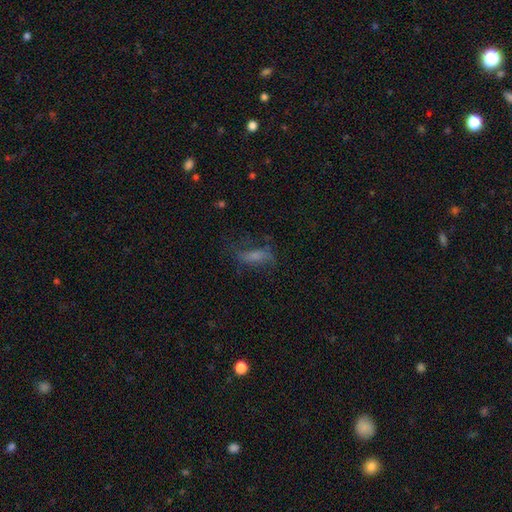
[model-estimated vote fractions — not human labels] This appears to be a smooth galaxy with no disk features (44%). Merging: none (52%).